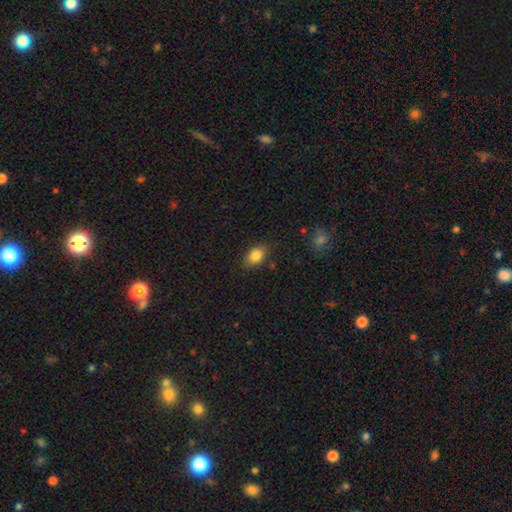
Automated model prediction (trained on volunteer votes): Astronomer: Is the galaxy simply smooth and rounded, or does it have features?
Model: smooth — 84%.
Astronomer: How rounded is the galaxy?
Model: in between — 82%.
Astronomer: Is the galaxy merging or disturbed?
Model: none — 84%.